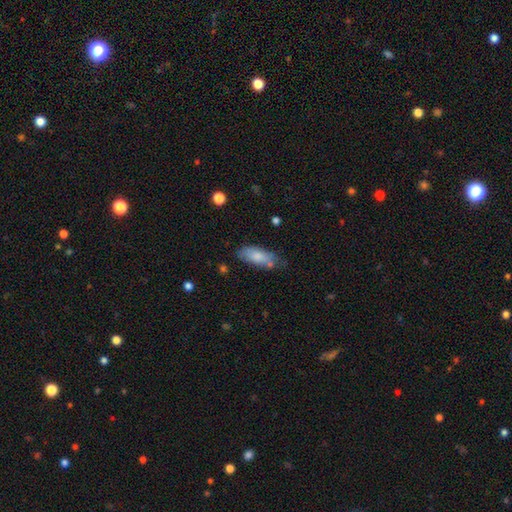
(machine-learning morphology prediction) Smooth or featured?
  - smooth: 75% *
  - featured or disk: 17%
  - star or artifact: 7%
How rounded?
  - in between: 73% *
  - cigar-shaped: 25%
  - round: 2%
Merging?
  - none: 63% *
  - minor disturbance: 25%
  - major disturbance: 6%
  - merger: 6%